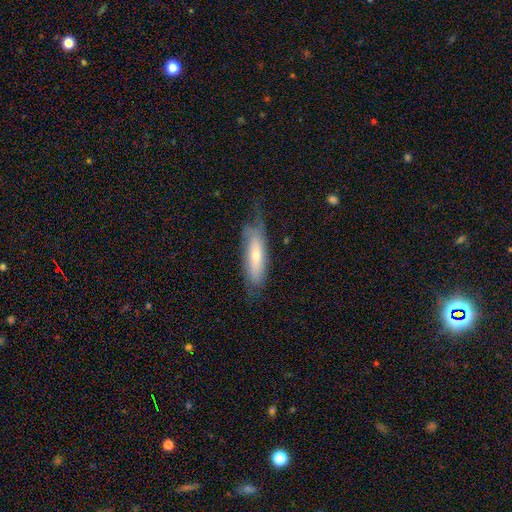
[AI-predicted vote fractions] Smooth or featured? Predicted: smooth (p=0.49). Merging? Predicted: none (p=0.58).